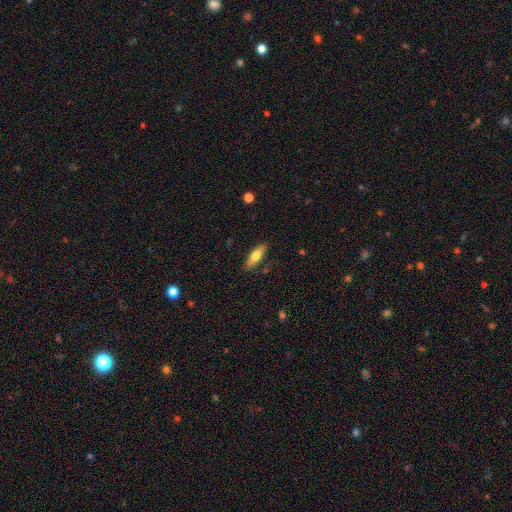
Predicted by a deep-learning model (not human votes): Q: Smooth or featured?
A: smooth (68%); runner-up: featured or disk (26%)
Q: How rounded?
A: in between (61%); runner-up: cigar-shaped (37%)
Q: Merging?
A: none (86%); runner-up: minor disturbance (10%)